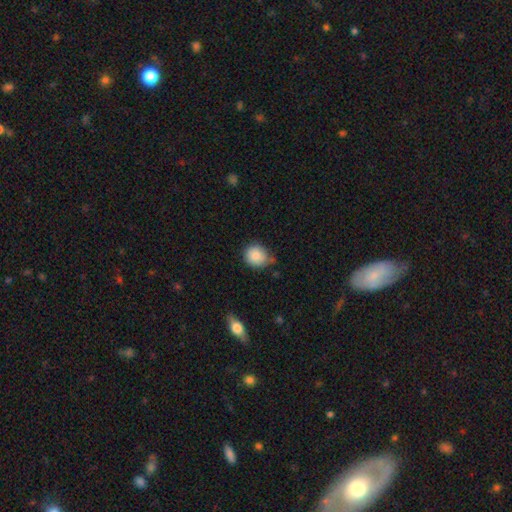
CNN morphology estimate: The model was most divided on "merging": none: 69%, minor disturbance: 22%, merger: 5%, major disturbance: 4%. More confident: smooth or featured — smooth (86%); how rounded — round (85%).